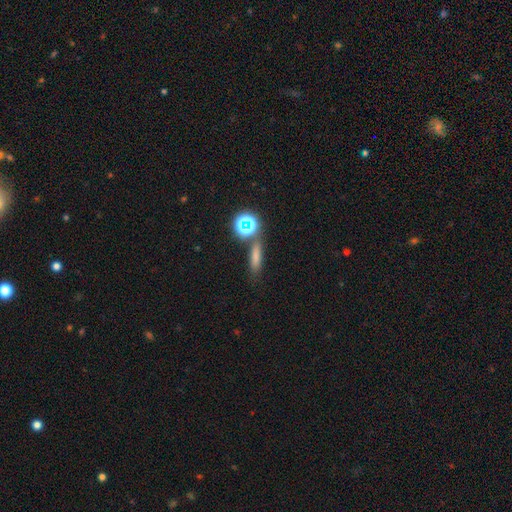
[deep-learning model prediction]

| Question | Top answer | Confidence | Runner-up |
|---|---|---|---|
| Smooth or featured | smooth | 69% | star or artifact (20%) |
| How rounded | cigar-shaped | 61% | in between (27%) |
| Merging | none | 74% | minor disturbance (11%) |